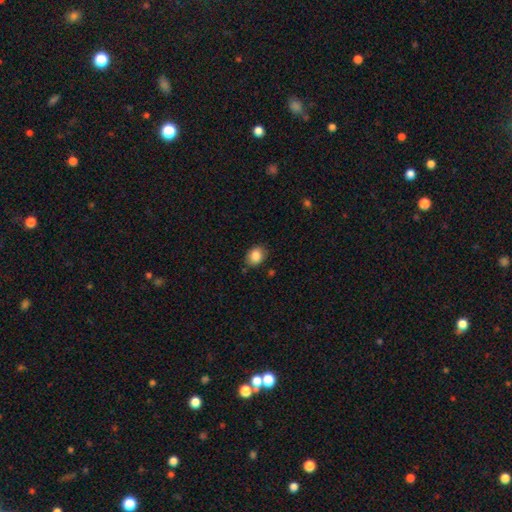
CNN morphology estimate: This is clearly a smooth galaxy (86%). How rounded: possibly in between (57%). Merging: clearly none (80%).